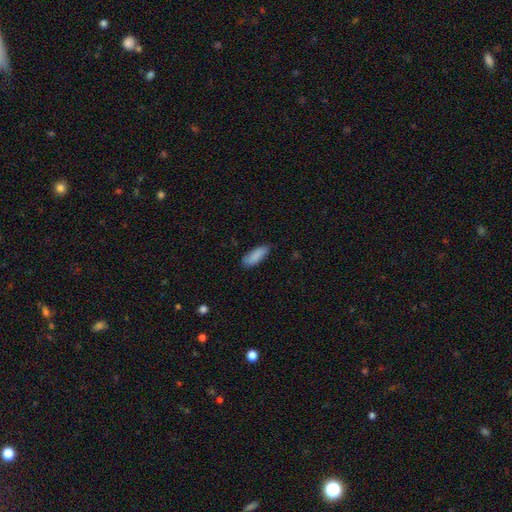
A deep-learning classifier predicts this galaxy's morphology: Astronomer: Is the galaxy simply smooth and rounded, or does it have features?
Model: smooth — 88%.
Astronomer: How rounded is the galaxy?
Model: in between — 72%.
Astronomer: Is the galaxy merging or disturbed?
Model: none — 79%.